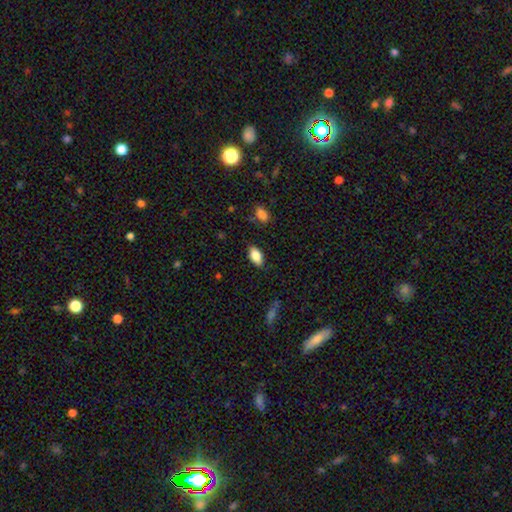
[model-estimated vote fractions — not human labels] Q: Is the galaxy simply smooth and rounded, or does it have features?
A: smooth — 83%.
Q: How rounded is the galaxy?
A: in between — 91%.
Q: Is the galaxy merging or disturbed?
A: none — 85%.